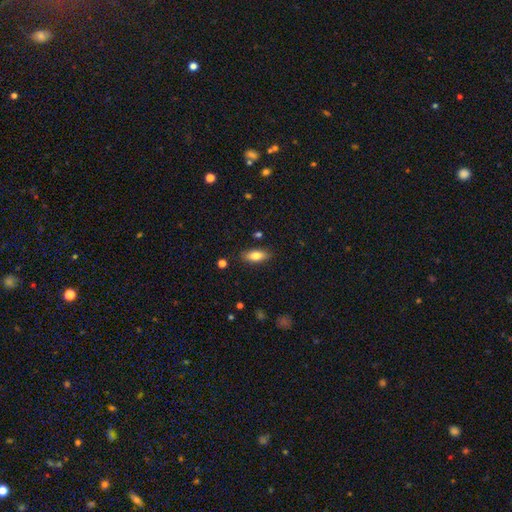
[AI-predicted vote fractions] smooth 80%, featured or disk 13%, star or artifact 7%. Down the decision tree: how rounded — in between (85%); merging — none (85%).